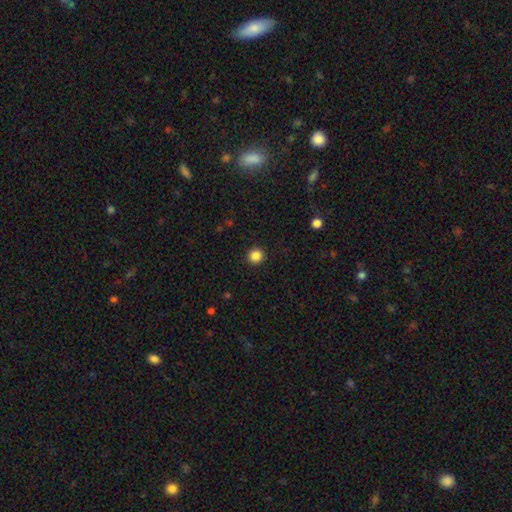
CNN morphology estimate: Smooth or featured? Predicted: smooth (p=0.86). How rounded? Predicted: round (p=0.94). Merging? Predicted: none (p=0.93).